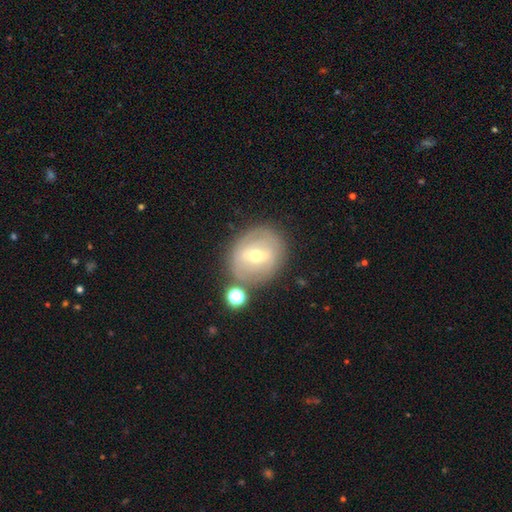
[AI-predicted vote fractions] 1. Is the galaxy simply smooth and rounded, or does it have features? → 62% featured or disk, 30% smooth, 9% star or artifact.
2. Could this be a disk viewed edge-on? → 93% no, 7% yes.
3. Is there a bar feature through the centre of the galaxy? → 43% weak, 38% strong, 19% no.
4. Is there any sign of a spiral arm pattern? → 57% no, 43% yes.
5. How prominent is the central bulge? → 54% moderate, 42% small, 2% large, 1% none, 1% dominant.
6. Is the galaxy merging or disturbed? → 73% none, 15% minor disturbance, 7% merger, 6% major disturbance.